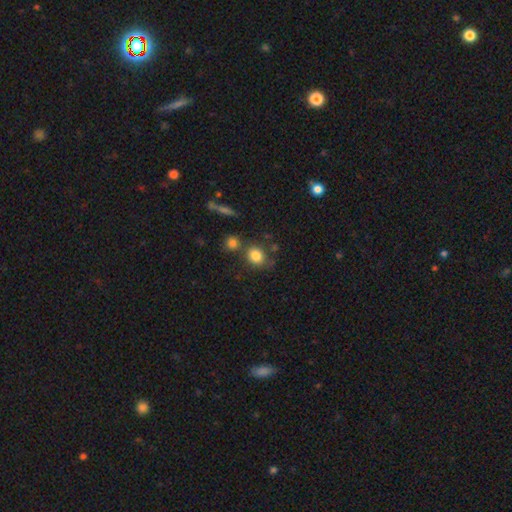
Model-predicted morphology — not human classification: This is clearly a smooth galaxy (83%). How rounded: likely round (64%). Merging: likely none (61%).